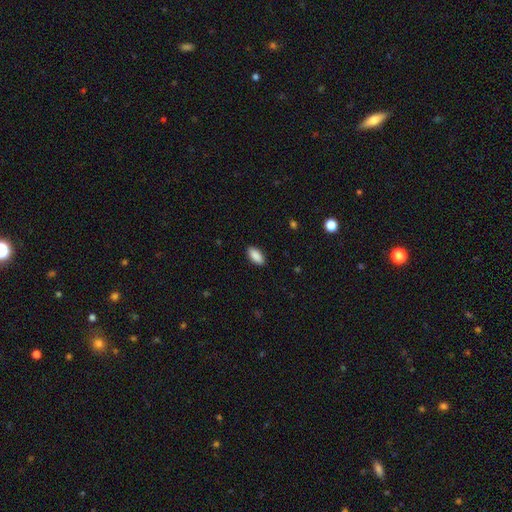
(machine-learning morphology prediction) Q: Smooth or featured?
A: smooth (90%); runner-up: star or artifact (6%)
Q: How rounded?
A: in between (89%); runner-up: cigar-shaped (9%)
Q: Merging?
A: none (90%); runner-up: minor disturbance (7%)